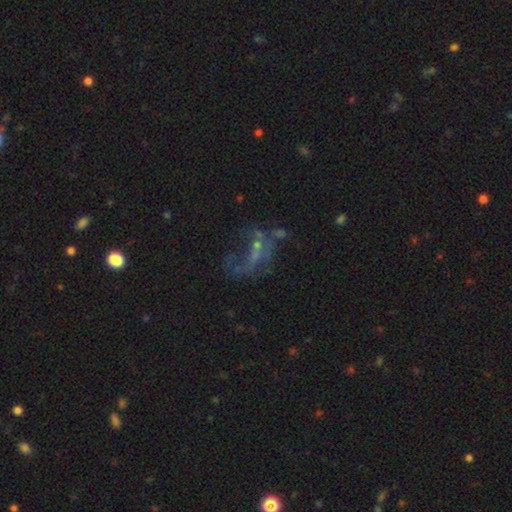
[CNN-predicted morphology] smooth-or-featured: featured or disk: 55% | star or artifact: 25% | smooth: 20%
  disk-edge-on: no: 96% | yes: 4%
    bar: no: 72% | weak: 20% | strong: 8%
    has-spiral-arms: no: 69% | yes: 31%
    bulge-size: none: 51% | small: 38% | moderate: 9% | large: 2% | dominant: 1%
  merging: major disturbance: 40% | none: 34% | minor disturbance: 15% | merger: 11%